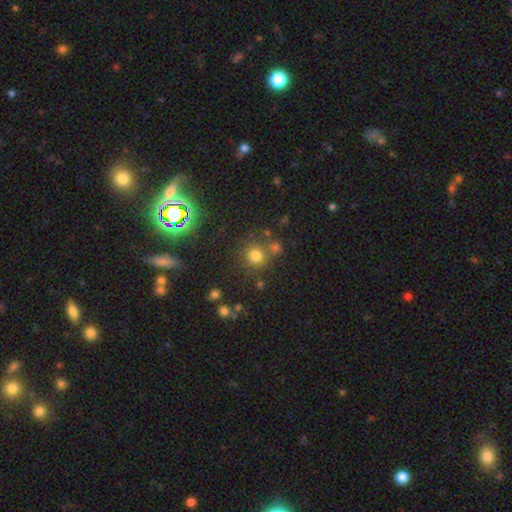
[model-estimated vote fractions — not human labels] Smooth or featured? smooth (72%)
How rounded? round (92%)
Merging? none (72%)